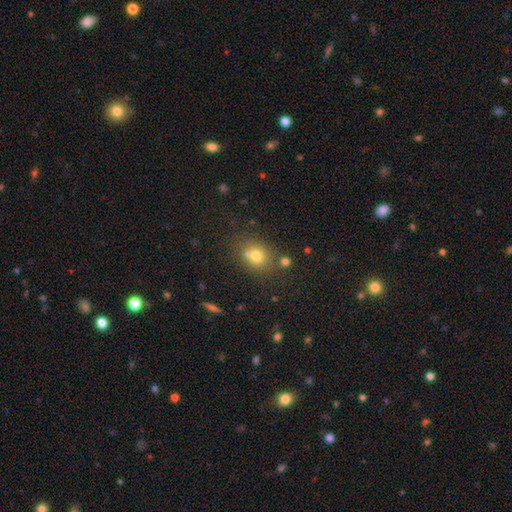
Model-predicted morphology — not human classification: smooth_or_featured: smooth (p=0.71) [alt: star or artifact p=0.16]
how_rounded: round (p=0.61) [alt: in between p=0.38]
merging: none (p=0.62) [alt: merger p=0.21]